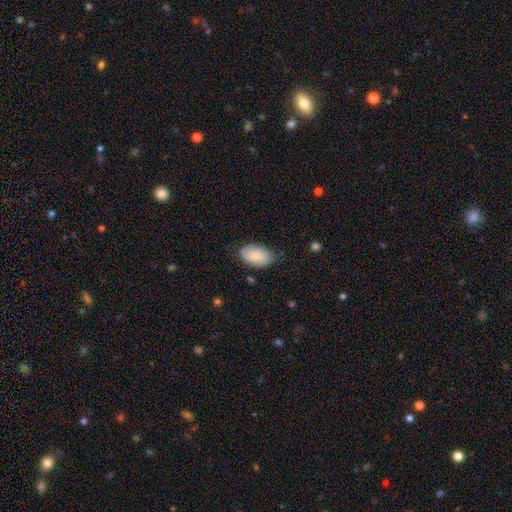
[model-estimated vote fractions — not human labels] Smooth or featured?
  - smooth: 84% *
  - featured or disk: 10%
  - star or artifact: 6%
How rounded?
  - in between: 93% *
  - round: 6%
  - cigar-shaped: 1%
Merging?
  - none: 73% *
  - minor disturbance: 22%
  - major disturbance: 4%
  - merger: 1%